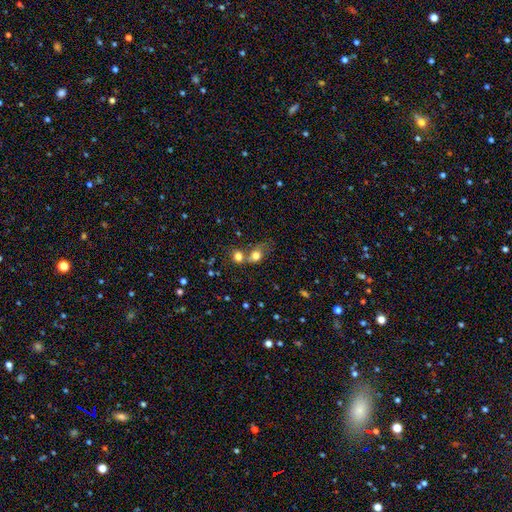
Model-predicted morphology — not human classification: Smooth or featured? smooth (76%)
How rounded? round (58%)
Merging? merger (60%)